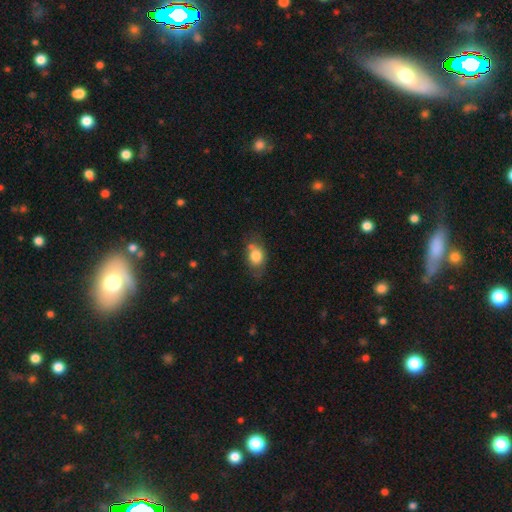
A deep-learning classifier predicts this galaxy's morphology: A smooth galaxy with no disk features (79%) that is in between round and cigar-shaped (71%). Merging: none (58%).